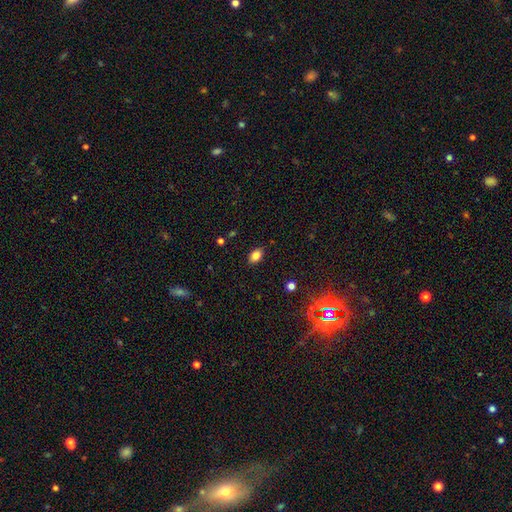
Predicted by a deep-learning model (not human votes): Q: Smooth or featured?
A: smooth (81%); runner-up: star or artifact (11%)
Q: How rounded?
A: in between (85%); runner-up: round (13%)
Q: Merging?
A: none (86%); runner-up: minor disturbance (10%)